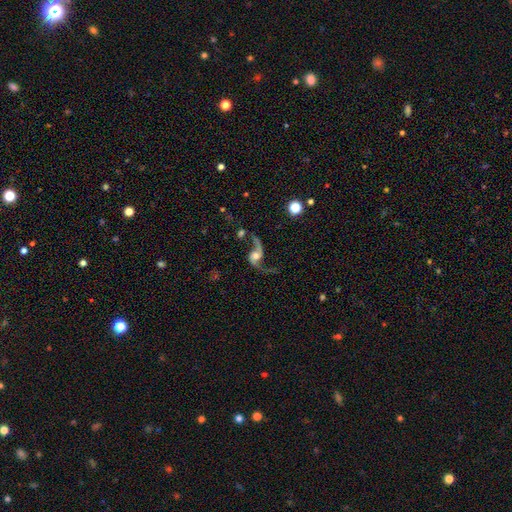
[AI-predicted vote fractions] This appears to be a featured or disk galaxy (89%) with no bar (60%), 2 (93%) loose (88%) spiral arms (96%) and a moderate central bulge (53%). Merging: none (63%).